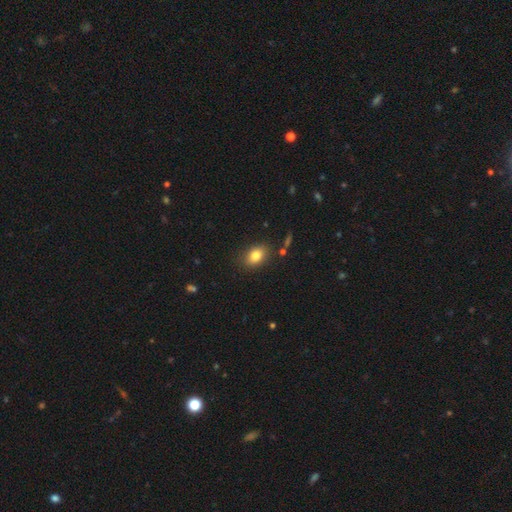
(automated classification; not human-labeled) Smooth or featured? Predicted: smooth (p=0.82). How rounded? Predicted: in between (p=0.80). Merging? Predicted: none (p=0.84).